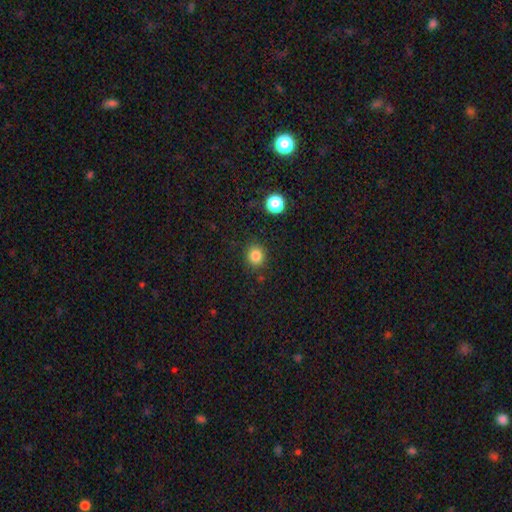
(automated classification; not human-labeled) Overall: smooth (84%). How rounded: round (86%). Merging: none (87%).